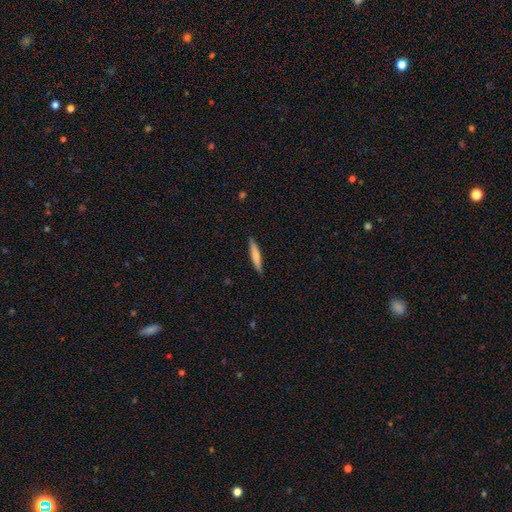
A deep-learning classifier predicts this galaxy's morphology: Q: Smooth or featured?
A: smooth (65%); runner-up: featured or disk (30%)
Q: How rounded?
A: cigar-shaped (92%); runner-up: in between (7%)
Q: Merging?
A: none (89%); runner-up: minor disturbance (8%)